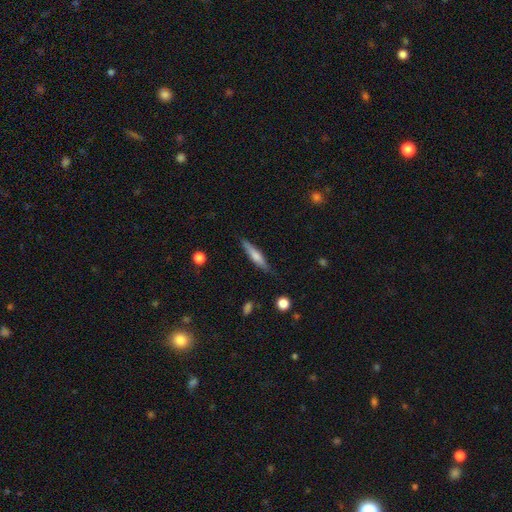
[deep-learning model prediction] Smooth or featured: smooth — 57% (featured or disk — 37%)
How rounded: cigar-shaped — 85% (in between — 13%)
Merging: none — 80% (minor disturbance — 15%)